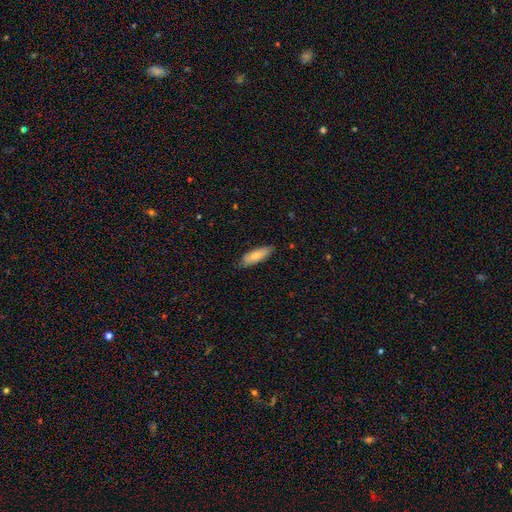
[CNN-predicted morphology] This is likely a smooth galaxy (73%). How rounded: possibly in between (59%). Merging: likely none (78%).